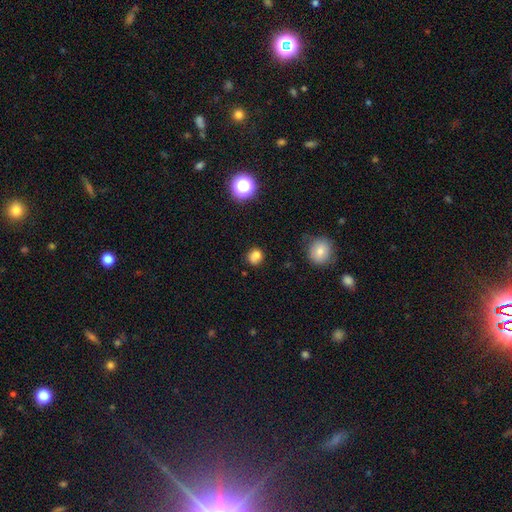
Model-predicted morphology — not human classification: Overall: smooth (77%). How rounded: round (80%). Merging: none (70%).